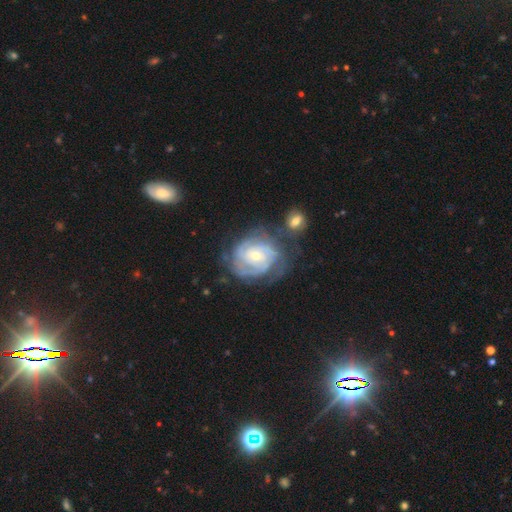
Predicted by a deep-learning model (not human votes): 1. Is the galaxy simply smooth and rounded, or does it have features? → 88% featured or disk, 8% smooth, 5% star or artifact.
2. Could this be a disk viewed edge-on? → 98% no, 2% yes.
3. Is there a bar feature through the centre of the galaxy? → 65% no, 28% weak, 7% strong.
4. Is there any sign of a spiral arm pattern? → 95% yes, 5% no.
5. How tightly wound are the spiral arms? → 77% tight, 19% medium, 4% loose.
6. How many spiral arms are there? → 31% can't tell, 23% 3, 23% 2, 11% 4, 5% more than 4, 5% 1.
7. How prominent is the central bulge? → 53% small, 44% moderate, 2% large, 1% none, 1% dominant.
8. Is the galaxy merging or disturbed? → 60% none, 20% minor disturbance, 11% major disturbance, 10% merger.